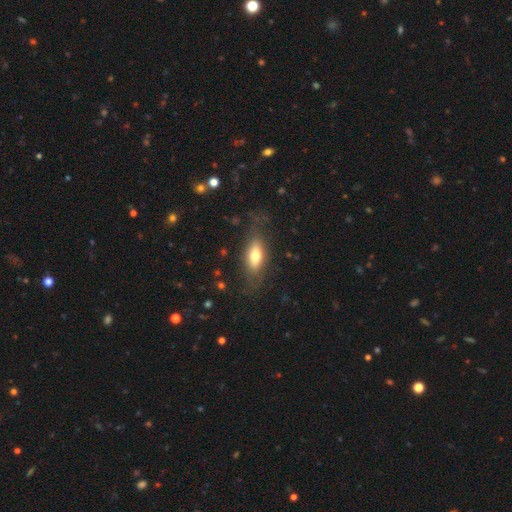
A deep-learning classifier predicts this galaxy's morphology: type=smooth (64%); roundness=in between (75%); merging=none (70%).